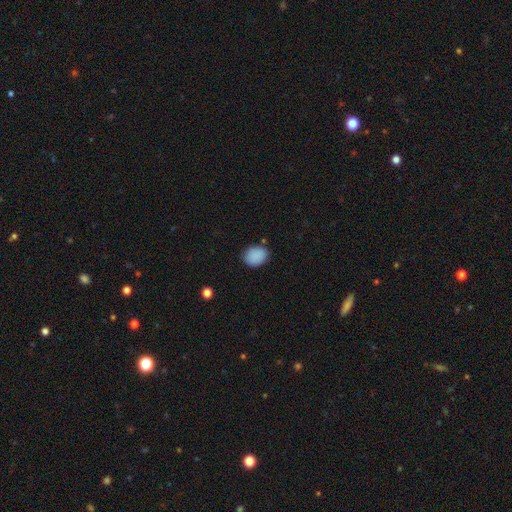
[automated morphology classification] Q: Smooth or featured?
A: smooth (88%); runner-up: star or artifact (8%)
Q: How rounded?
A: round (51%); runner-up: in between (48%)
Q: Merging?
A: none (82%); runner-up: minor disturbance (13%)